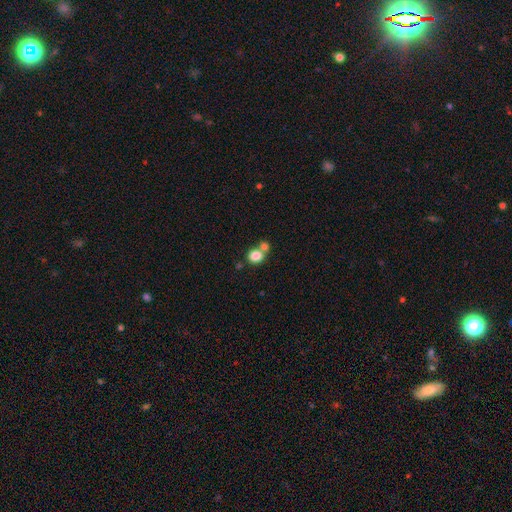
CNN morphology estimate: smooth-or-featured: smooth: 83% | star or artifact: 10% | featured or disk: 7%
  how-rounded: round: 68% | in between: 31% | cigar-shaped: 1%
  merging: none: 47% | merger: 42% | minor disturbance: 8% | major disturbance: 3%